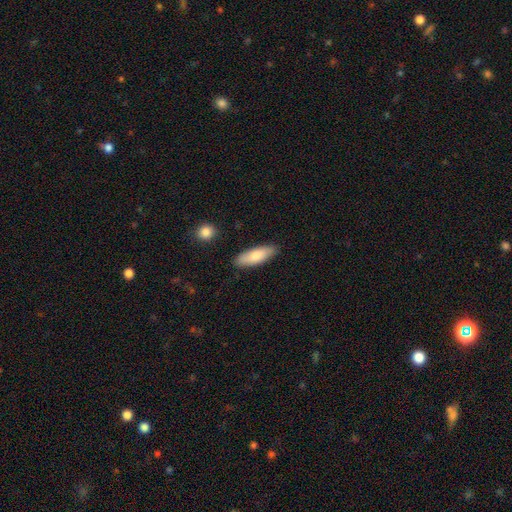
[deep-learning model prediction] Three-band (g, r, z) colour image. It shows a smooth galaxy with no disk features (79%) that is in between round and cigar-shaped (62%). Merging: none (86%).